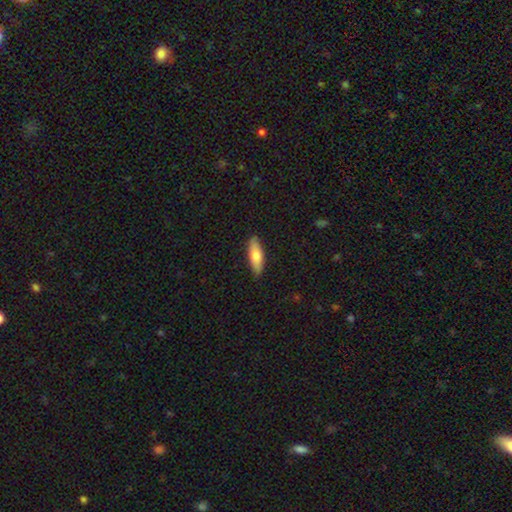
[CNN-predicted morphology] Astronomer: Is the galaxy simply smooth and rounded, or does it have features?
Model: smooth — 73%.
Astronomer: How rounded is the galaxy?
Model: in between — 54% (runner-up: cigar-shaped, 44%).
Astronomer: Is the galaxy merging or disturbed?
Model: none — 87%.